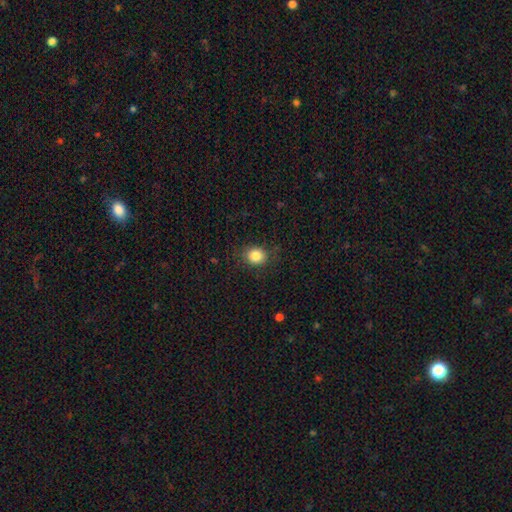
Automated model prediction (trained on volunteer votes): Smooth or featured? smooth (83%)
How rounded? round (75%)
Merging? none (83%)